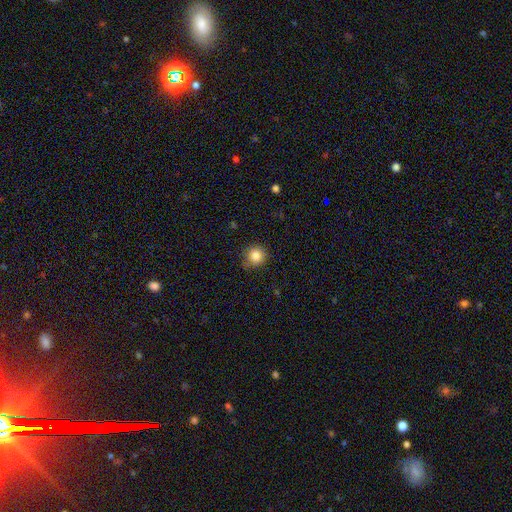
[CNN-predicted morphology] A smooth galaxy with no disk features (85%) that is round (93%). Merging: none (84%).